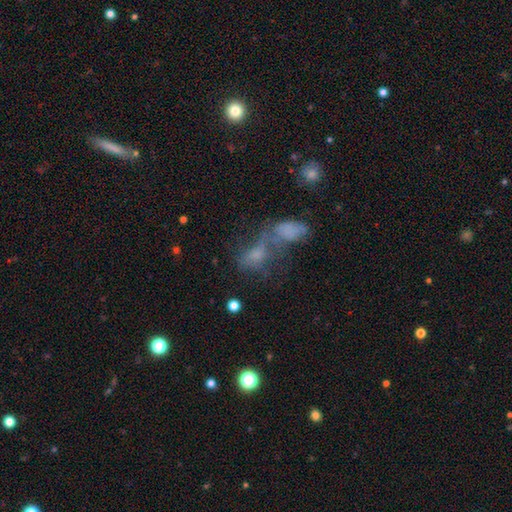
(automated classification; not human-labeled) Smooth or featured?
  - smooth: 53% *
  - featured or disk: 28%
  - star or artifact: 19%
How rounded?
  - in between: 77% *
  - round: 17%
  - cigar-shaped: 6%
Merging?
  - merger: 54% *
  - major disturbance: 18%
  - none: 18%
  - minor disturbance: 10%